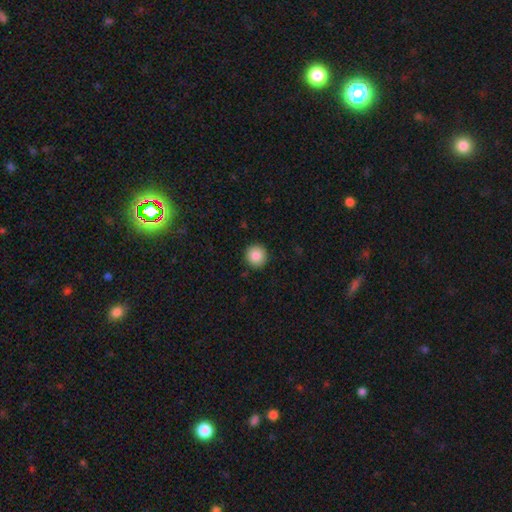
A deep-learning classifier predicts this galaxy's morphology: Smooth or featured? Predicted: smooth (p=0.87). How rounded? Predicted: round (p=0.95). Merging? Predicted: none (p=0.92).